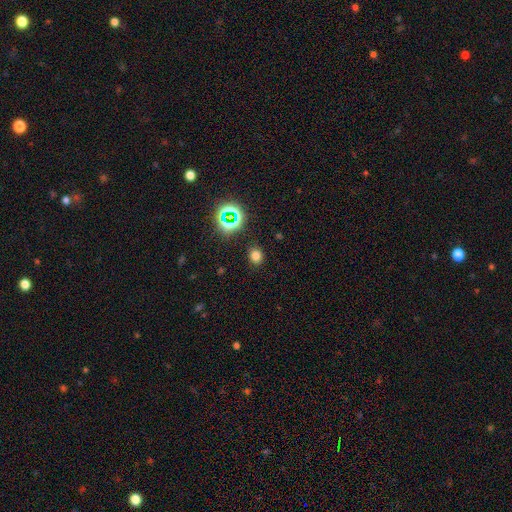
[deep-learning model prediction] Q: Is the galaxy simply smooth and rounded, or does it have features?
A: smooth — 71%.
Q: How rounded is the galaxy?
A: round — 70%.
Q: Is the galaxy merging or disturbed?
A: none — 87%.